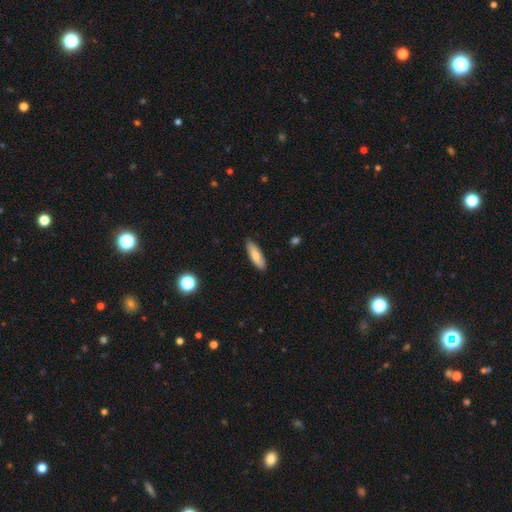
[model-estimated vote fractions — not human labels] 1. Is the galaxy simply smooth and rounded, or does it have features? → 79% smooth, 15% featured or disk, 6% star or artifact.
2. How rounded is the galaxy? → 49% cigar-shaped (tied), 49% in between (tied), 2% round.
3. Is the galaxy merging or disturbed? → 88% none, 9% minor disturbance, 2% major disturbance, 1% merger.